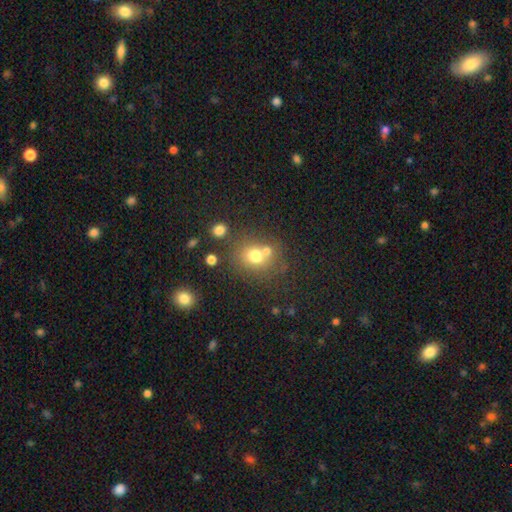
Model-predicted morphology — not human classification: This appears to be a smooth galaxy with no disk features (71%) that is round (75%). Merging: none (55%).